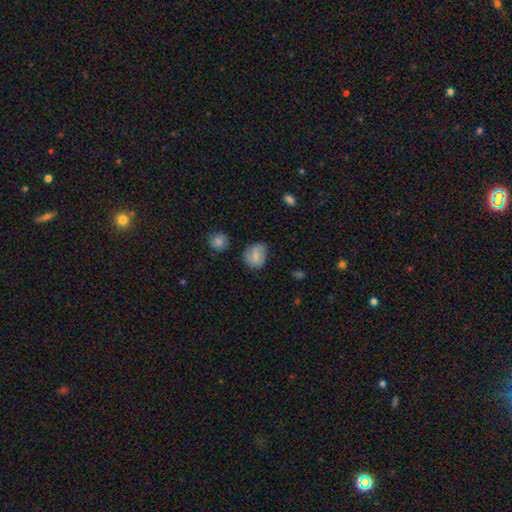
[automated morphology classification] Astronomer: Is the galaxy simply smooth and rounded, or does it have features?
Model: smooth — 63%.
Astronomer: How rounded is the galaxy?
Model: round — 67%.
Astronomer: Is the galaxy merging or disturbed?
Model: none — 65%.